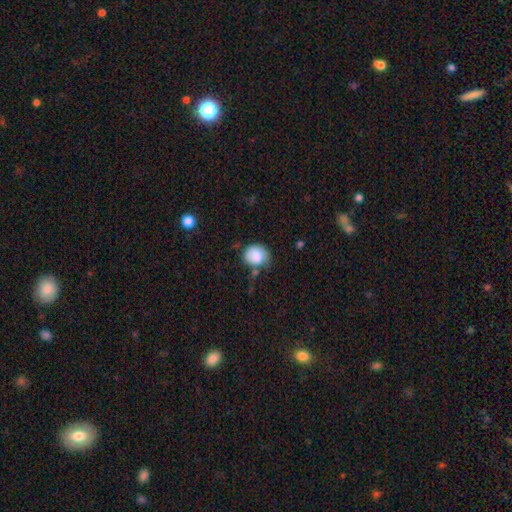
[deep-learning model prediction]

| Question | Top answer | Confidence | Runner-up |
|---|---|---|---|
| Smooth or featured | smooth | 85% | star or artifact (8%) |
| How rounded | round | 70% | in between (29%) |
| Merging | none | 56% | minor disturbance (29%) |